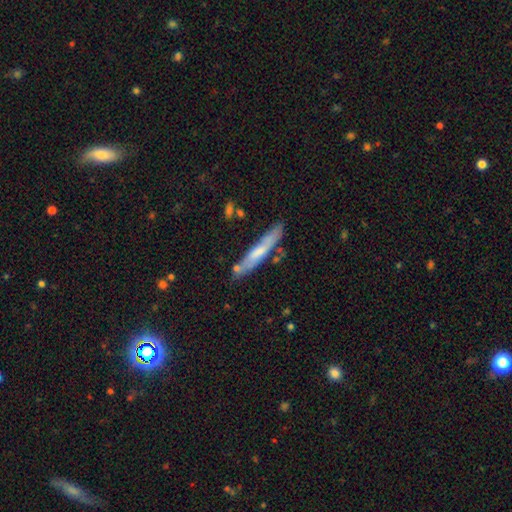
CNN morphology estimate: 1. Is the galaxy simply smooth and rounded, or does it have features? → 49% featured or disk, 41% smooth, 9% star or artifact.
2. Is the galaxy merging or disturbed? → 80% none, 14% minor disturbance, 4% merger, 3% major disturbance.